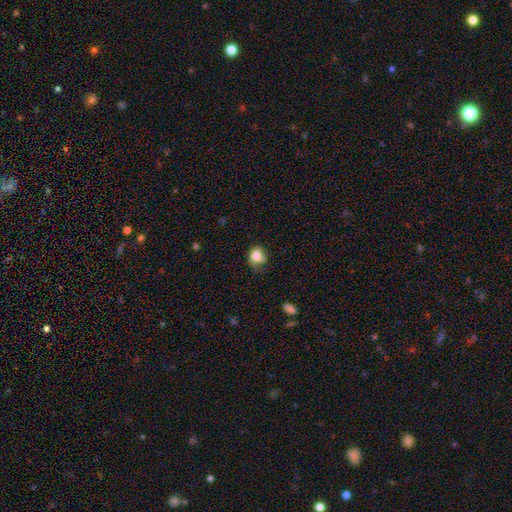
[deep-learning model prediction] A smooth galaxy with no disk features (81%) that is round (59%). Merging: none (48%).